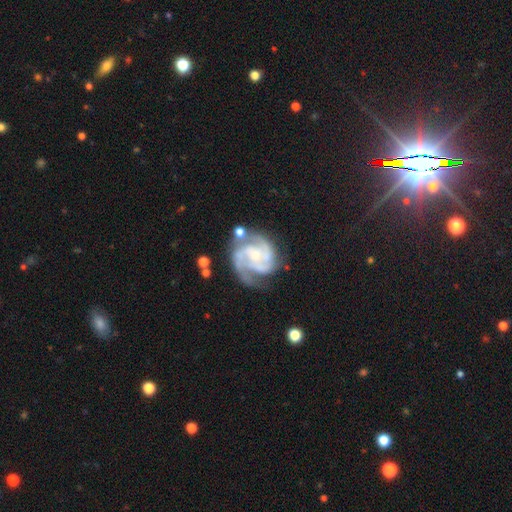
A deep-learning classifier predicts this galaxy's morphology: Smooth or featured? Predicted: featured or disk (p=0.89). Edge-on disk? Predicted: no (p=0.98). Bar? Predicted: no (p=0.56). Spiral arms? Predicted: yes (p=0.97). Spiral winding? Predicted: tight (p=0.49). Spiral arm count? Predicted: 3 (p=0.43). Bulge size? Predicted: small (p=0.58). Merging? Predicted: none (p=0.62).